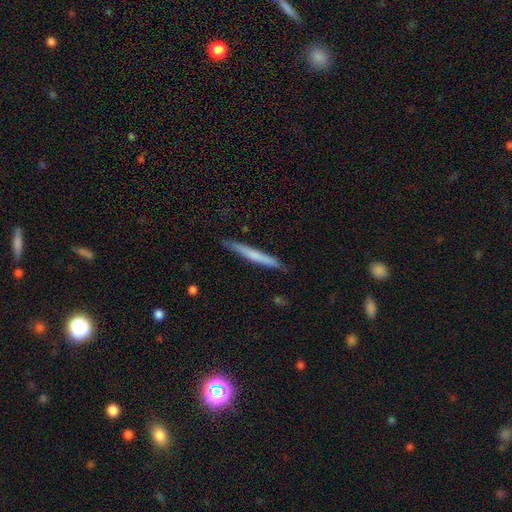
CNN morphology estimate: This appears to be a smooth galaxy with no disk features (58%) that is cigar-shaped (96%). Merging: none (87%).